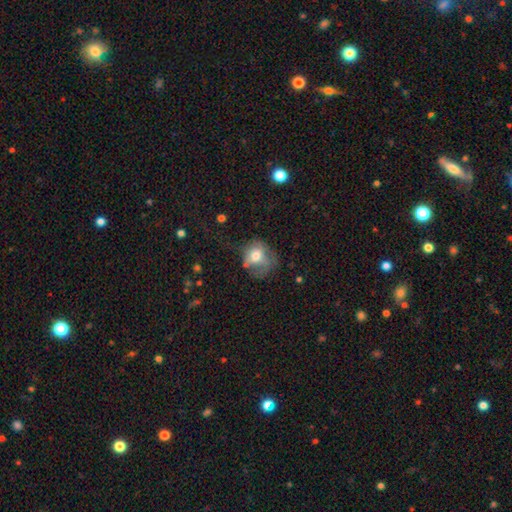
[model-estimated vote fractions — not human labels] Smooth or featured? Predicted: smooth (p=0.63). How rounded? Predicted: round (p=0.62). Merging? Predicted: major disturbance (p=0.36).